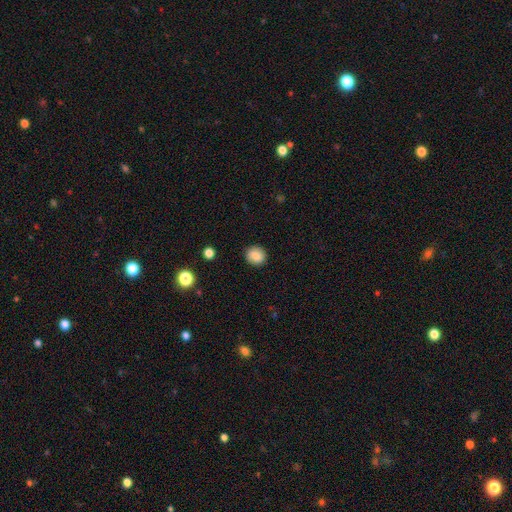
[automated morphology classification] The model was most divided on "how rounded": round: 84%, in between: 15%, cigar-shaped: 1%. More confident: merging — none (90%); smooth or featured — smooth (84%).